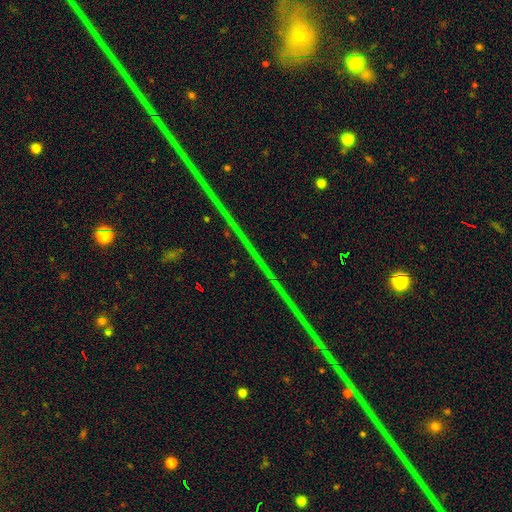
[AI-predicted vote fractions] Overall: star or artifact (83%).